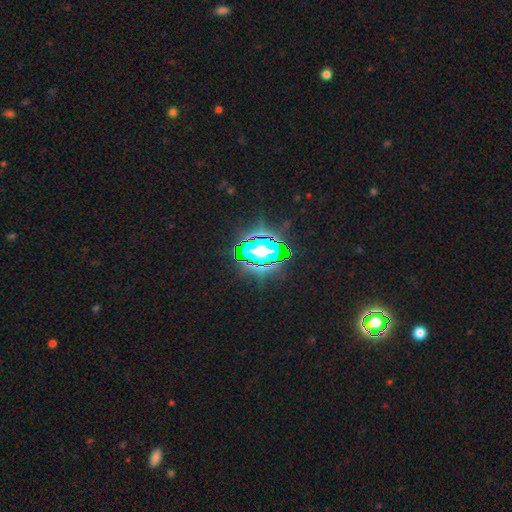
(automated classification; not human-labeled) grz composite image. It shows a star or artifact, not a galaxy (75%).